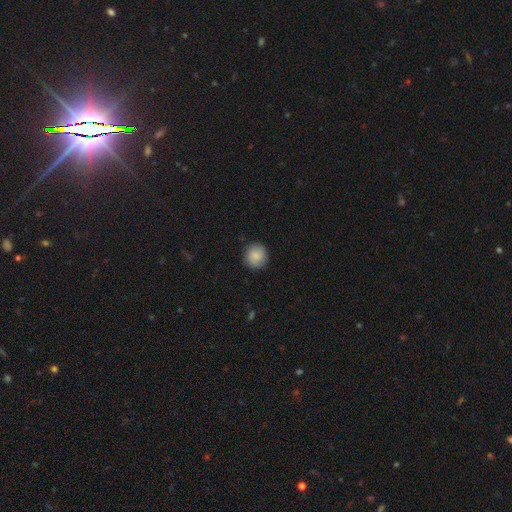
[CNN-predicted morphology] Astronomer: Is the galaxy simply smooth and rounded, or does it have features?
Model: smooth — 88%.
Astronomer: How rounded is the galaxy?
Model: round — 92%.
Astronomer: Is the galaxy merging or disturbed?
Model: none — 89%.